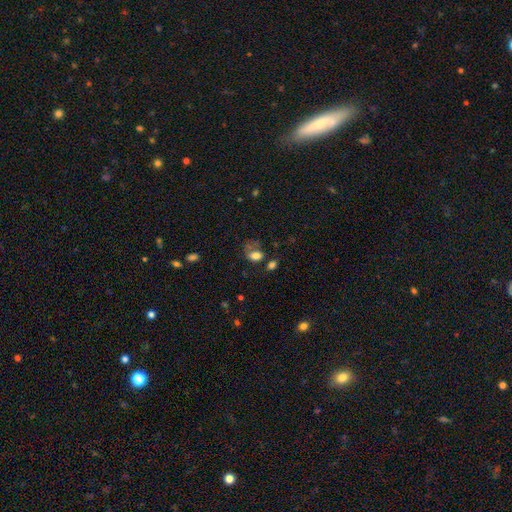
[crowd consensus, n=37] Overall: smooth (95%). How rounded: in between (91%). Merging: none (50%; major disturbance 22%).